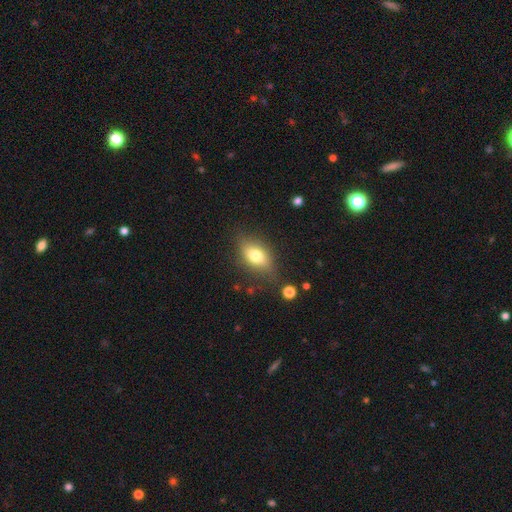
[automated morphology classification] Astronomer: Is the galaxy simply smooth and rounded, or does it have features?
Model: smooth — 72%.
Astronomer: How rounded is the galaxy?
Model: in between — 81%.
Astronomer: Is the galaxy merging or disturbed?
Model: none — 72%.